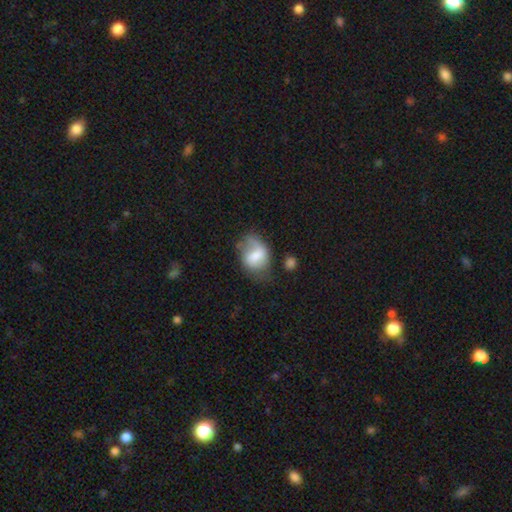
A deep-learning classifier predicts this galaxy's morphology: This is likely a smooth galaxy (63%). How rounded: likely in between (71%). Merging: marginally none (38%).